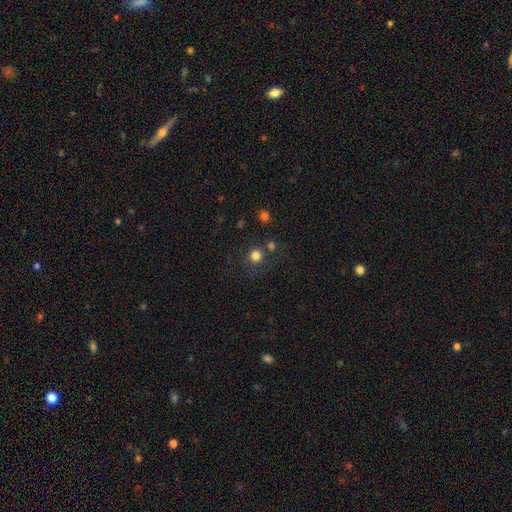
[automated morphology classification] Smooth or featured?
  - smooth: 80% *
  - star or artifact: 15%
  - featured or disk: 5%
How rounded?
  - round: 92% *
  - in between: 7%
  - cigar-shaped: 1%
Merging?
  - none: 76% *
  - merger: 11%
  - minor disturbance: 9%
  - major disturbance: 5%